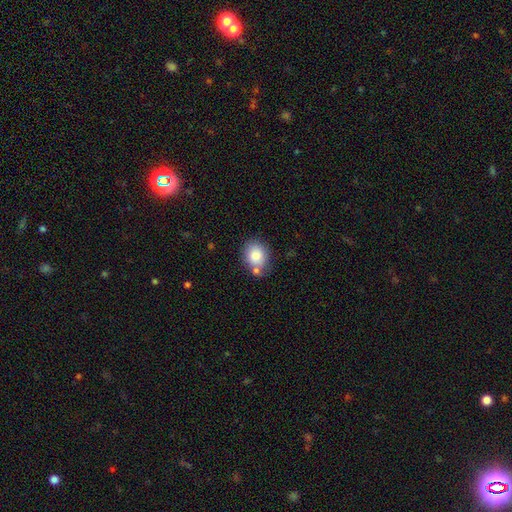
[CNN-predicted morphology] Smooth or featured? smooth (82%)
How rounded? round (57%)
Merging? none (65%)